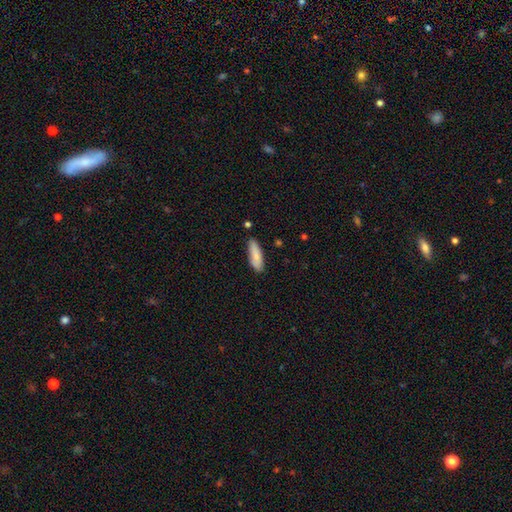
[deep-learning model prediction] smooth_or_featured: smooth (p=0.81) [alt: featured or disk p=0.13]
how_rounded: in between (p=0.51) [alt: cigar-shaped p=0.47]
merging: none (p=0.80) [alt: minor disturbance p=0.15]